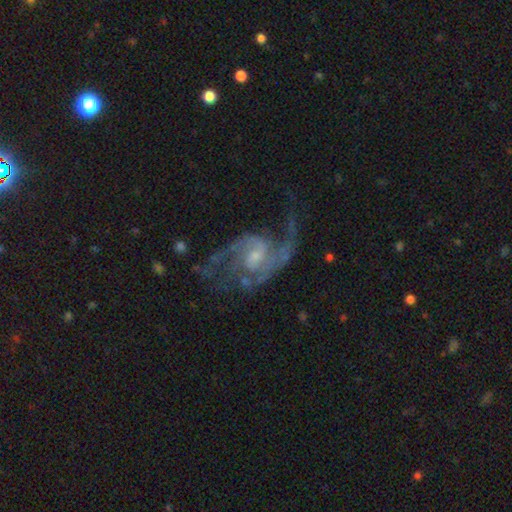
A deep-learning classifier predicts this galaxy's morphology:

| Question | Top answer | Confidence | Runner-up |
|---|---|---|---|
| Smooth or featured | featured or disk | 90% | star or artifact (5%) |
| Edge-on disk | no | 98% | yes (2%) |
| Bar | weak | 49% | no (41%) |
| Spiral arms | yes | 96% | no (4%) |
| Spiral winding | medium | 49% | loose (39%) |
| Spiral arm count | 2 | 79% | can't tell (6%) |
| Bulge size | small | 60% | moderate (30%) |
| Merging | none | 59% | major disturbance (21%) |